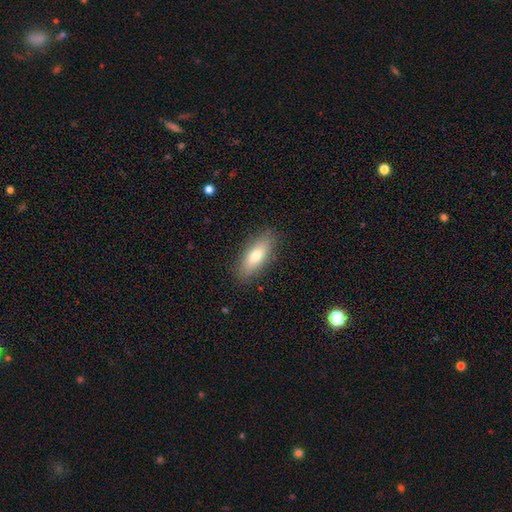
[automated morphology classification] Smooth or featured? Predicted: smooth (p=0.72). How rounded? Predicted: in between (p=0.65). Merging? Predicted: none (p=0.86).